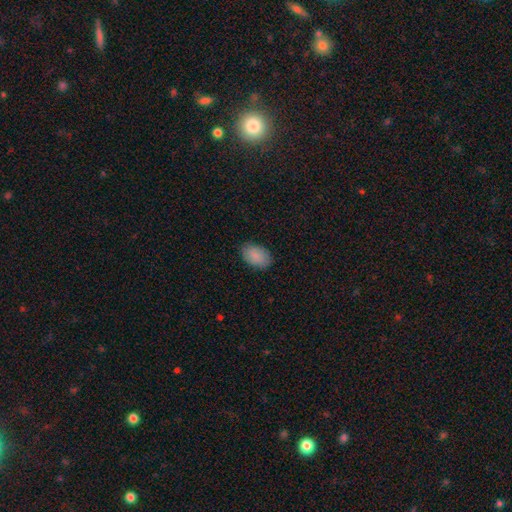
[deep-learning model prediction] smooth-or-featured: smooth: 89% | star or artifact: 7% | featured or disk: 4%
  how-rounded: in between: 91% | round: 8% | cigar-shaped: 1%
  merging: none: 85% | minor disturbance: 11% | major disturbance: 2% | merger: 1%